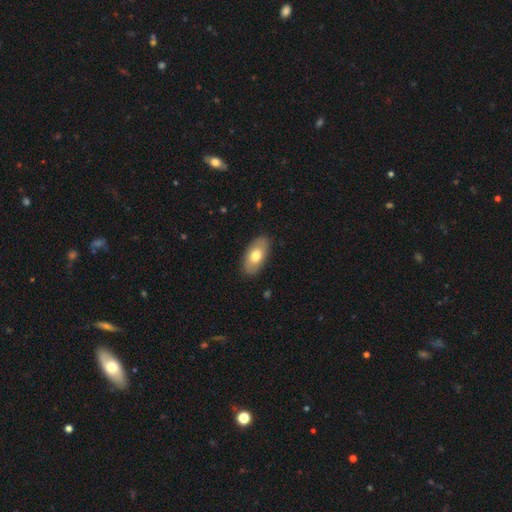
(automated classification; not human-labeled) Smooth or featured?
  - smooth: 69% *
  - featured or disk: 25%
  - star or artifact: 5%
How rounded?
  - in between: 93% *
  - round: 3%
  - cigar-shaped: 3%
Merging?
  - none: 87% *
  - minor disturbance: 10%
  - major disturbance: 2%
  - merger: 1%